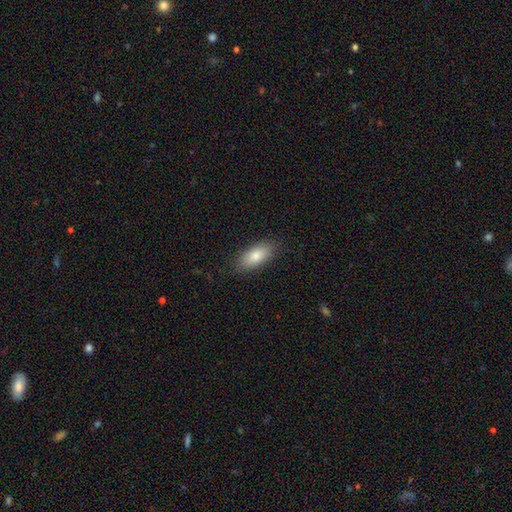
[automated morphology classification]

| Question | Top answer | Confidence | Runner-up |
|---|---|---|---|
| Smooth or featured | smooth | 81% | featured or disk (12%) |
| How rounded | in between | 87% | cigar-shaped (10%) |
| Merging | none | 85% | minor disturbance (11%) |